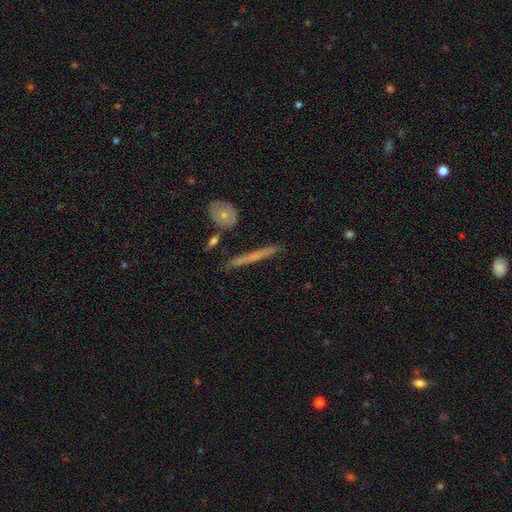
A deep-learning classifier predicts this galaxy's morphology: A smooth galaxy with no disk features (49%). Merging: none (84%).